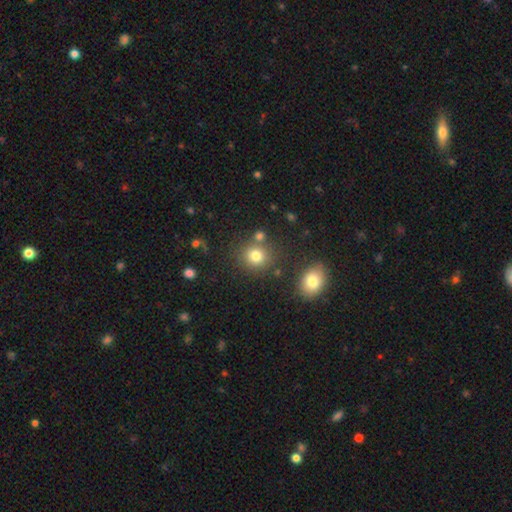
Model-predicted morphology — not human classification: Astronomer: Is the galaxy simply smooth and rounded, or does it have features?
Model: smooth — 78%.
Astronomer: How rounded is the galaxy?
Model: round — 84%.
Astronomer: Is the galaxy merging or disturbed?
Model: none — 76%.